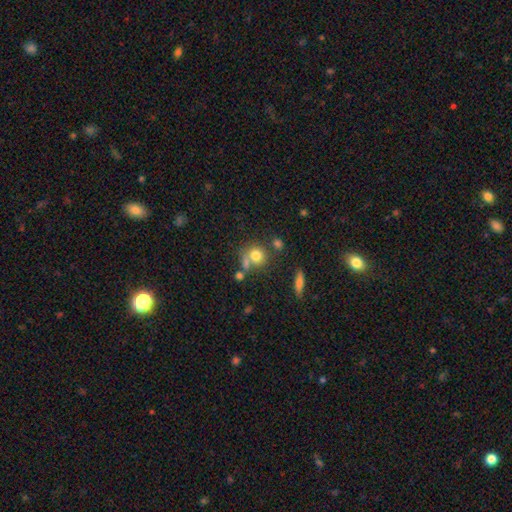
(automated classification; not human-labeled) Smooth or featured? Predicted: smooth (p=0.75). How rounded? Predicted: round (p=0.84). Merging? Predicted: none (p=0.56).